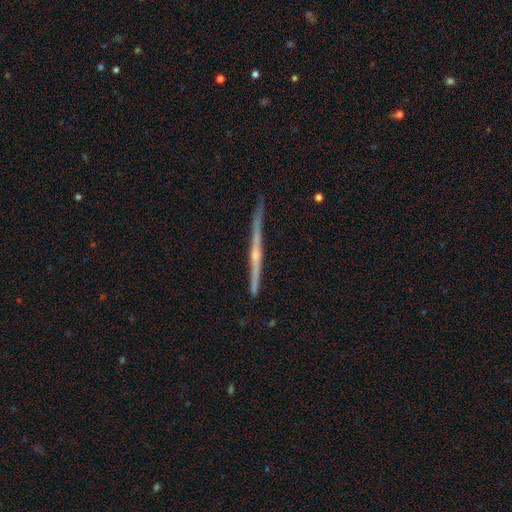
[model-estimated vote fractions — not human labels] The model was most divided on "edge-on bulge": rounded: 67%, none: 27%, boxy: 6%. More confident: edge-on disk — yes (98%); merging — none (87%); smooth or featured — featured or disk (80%).